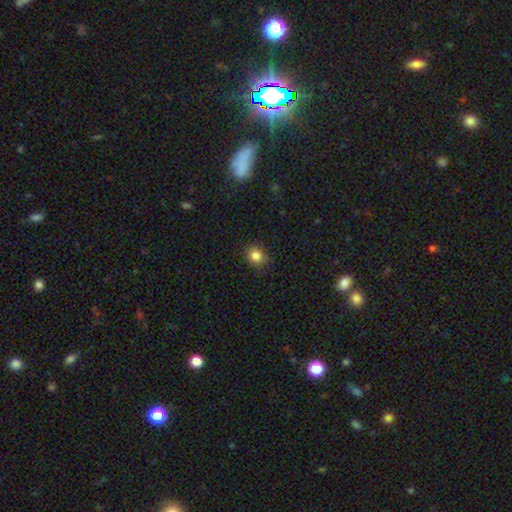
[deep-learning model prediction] This is clearly a smooth galaxy (83%). How rounded: clearly round (81%). Merging: clearly none (86%).